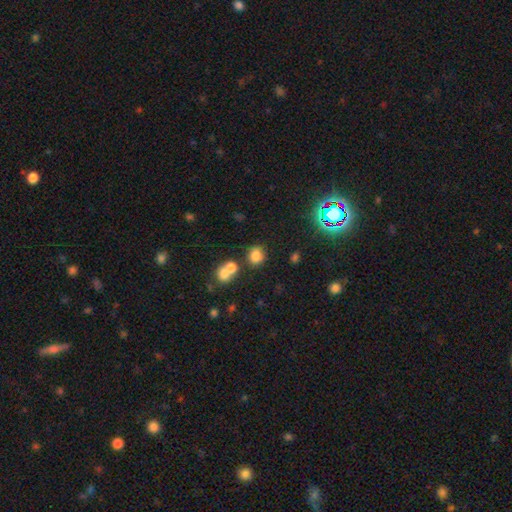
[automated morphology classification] Smooth or featured?
  - smooth: 77% *
  - star or artifact: 15%
  - featured or disk: 7%
How rounded?
  - round: 75% *
  - in between: 24%
  - cigar-shaped: 1%
Merging?
  - none: 64% *
  - merger: 22%
  - minor disturbance: 9%
  - major disturbance: 4%